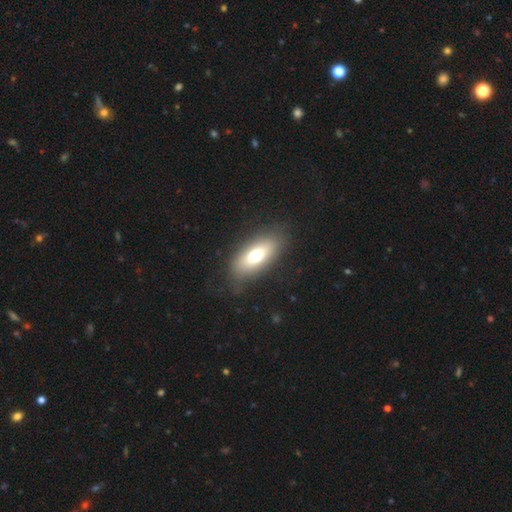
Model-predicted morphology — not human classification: type=smooth (67%); roundness=in between (81%); merging=none (81%).